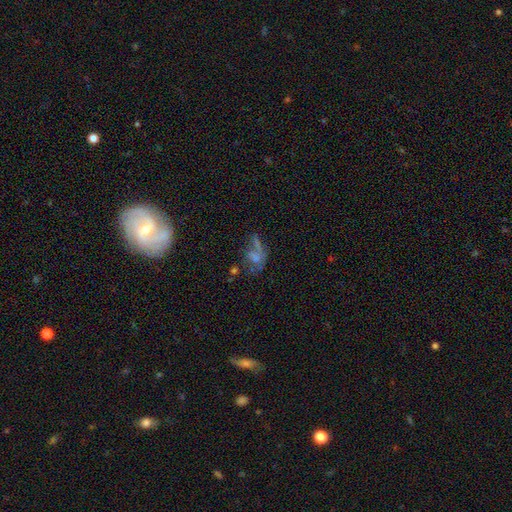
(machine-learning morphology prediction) Smooth or featured? Predicted: smooth (p=0.43). Merging? Predicted: major disturbance (p=0.32).